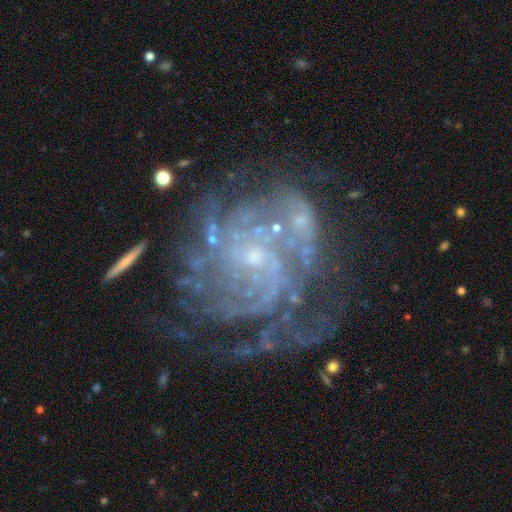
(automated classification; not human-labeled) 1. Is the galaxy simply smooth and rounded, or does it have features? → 86% featured or disk, 8% star or artifact, 6% smooth.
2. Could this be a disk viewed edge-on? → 98% no, 2% yes.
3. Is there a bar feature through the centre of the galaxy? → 66% no, 28% weak, 7% strong.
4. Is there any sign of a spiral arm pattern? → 91% yes, 9% no.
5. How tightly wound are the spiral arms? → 59% tight, 32% medium, 10% loose.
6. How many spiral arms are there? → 36% can't tell, 16% 4, 16% 3, 15% 2, 10% more than 4, 7% 1.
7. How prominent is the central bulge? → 76% small, 12% moderate, 10% none, 1% large, 1% dominant.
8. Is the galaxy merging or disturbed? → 50% none, 21% major disturbance, 20% minor disturbance, 9% merger.